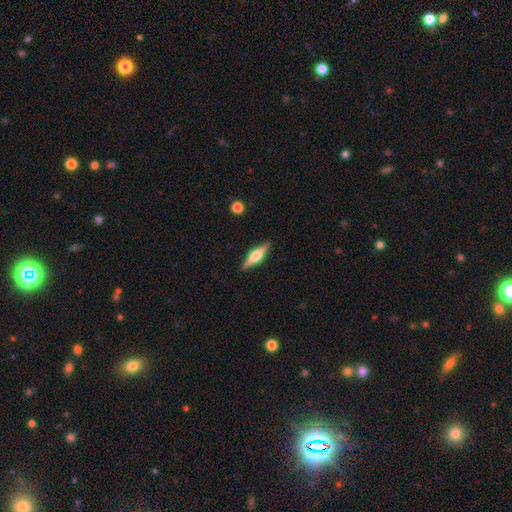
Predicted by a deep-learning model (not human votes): Morphology: type=featured or disk (64%); edge-on=yes (97%); edge-on bulge=rounded (92%); merging=none (90%).